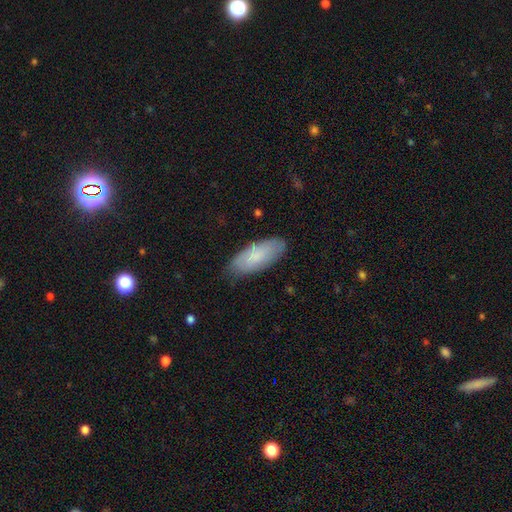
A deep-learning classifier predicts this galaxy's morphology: smooth 77%, featured or disk 17%, star or artifact 6%. Down the decision tree: how rounded — in between (81%); merging — none (78%).